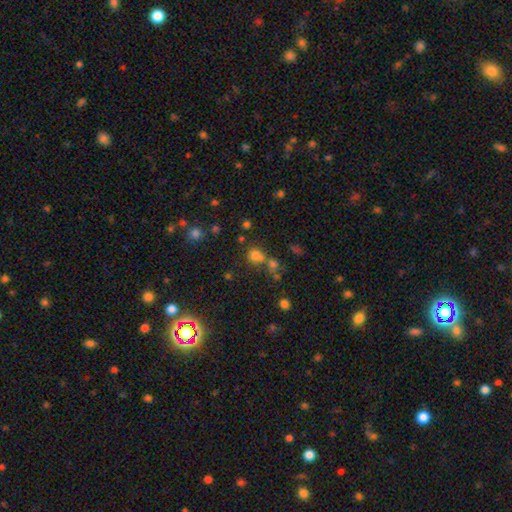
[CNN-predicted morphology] type=smooth (71%); roundness=round (74%); merging=none (50%).